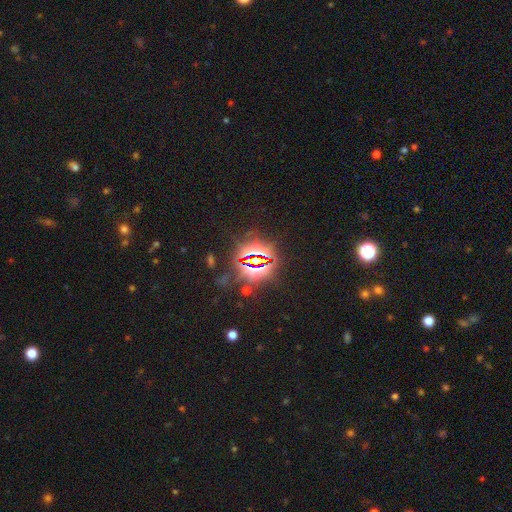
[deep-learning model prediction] smooth_or_featured: star or artifact (p=0.82) [alt: smooth p=0.10]